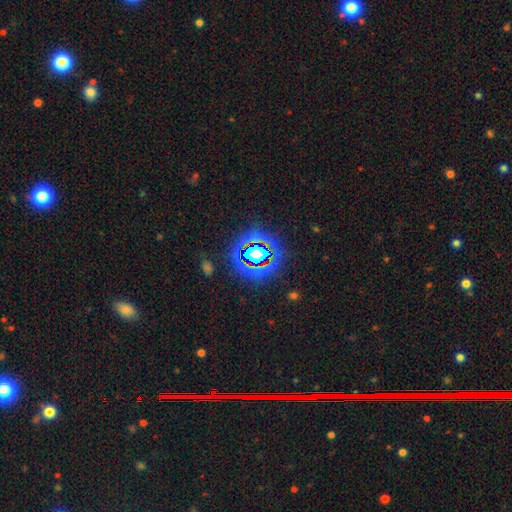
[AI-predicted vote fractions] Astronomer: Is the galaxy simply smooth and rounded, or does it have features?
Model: star or artifact — 64%.